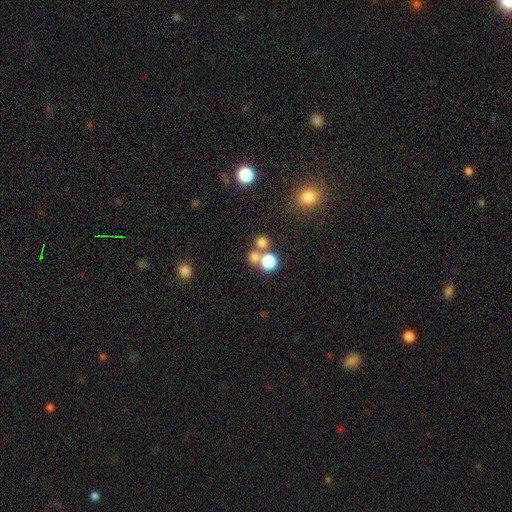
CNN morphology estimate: This appears to be a smooth galaxy with no disk features (48%). Merging: none (63%).